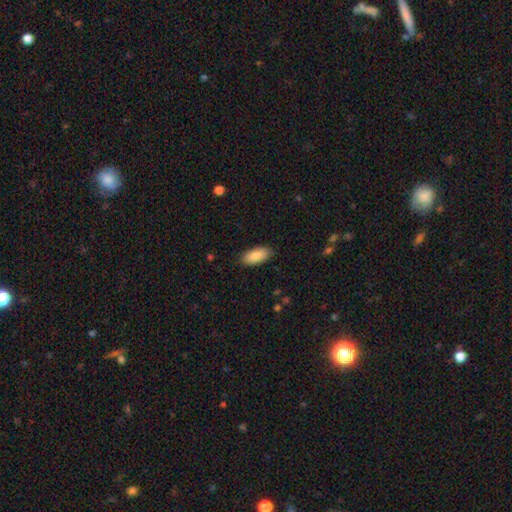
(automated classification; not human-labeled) The model was most divided on "merging": none: 87%, minor disturbance: 10%, major disturbance: 2%, merger: 1%. More confident: how rounded — in between (90%); smooth or featured — smooth (85%).